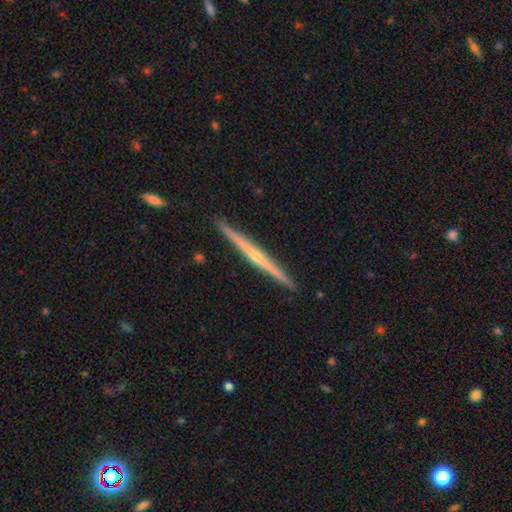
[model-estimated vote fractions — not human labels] Q: Smooth or featured?
A: featured or disk (73%); runner-up: smooth (21%)
Q: Edge-on disk?
A: yes (98%); runner-up: no (2%)
Q: Edge-on bulge?
A: rounded (52%); runner-up: none (43%)
Q: Merging?
A: none (92%); runner-up: minor disturbance (6%)